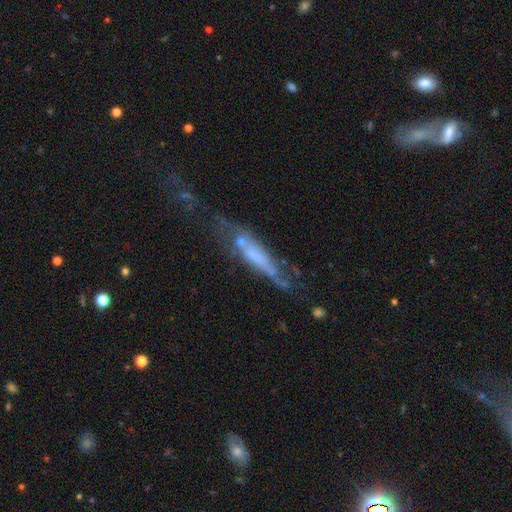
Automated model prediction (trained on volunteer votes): A featured or disk galaxy (50%). Merging: none (35%).